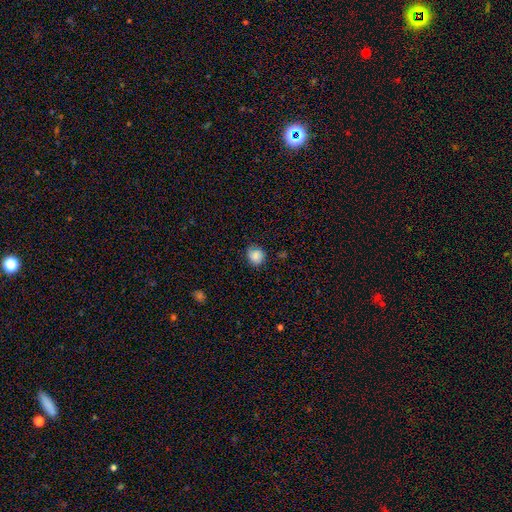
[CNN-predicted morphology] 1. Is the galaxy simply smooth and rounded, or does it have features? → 80% smooth, 10% featured or disk, 9% star or artifact.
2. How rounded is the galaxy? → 80% round, 19% in between, 1% cigar-shaped.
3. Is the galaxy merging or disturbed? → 72% none, 21% minor disturbance, 6% major disturbance, 1% merger.